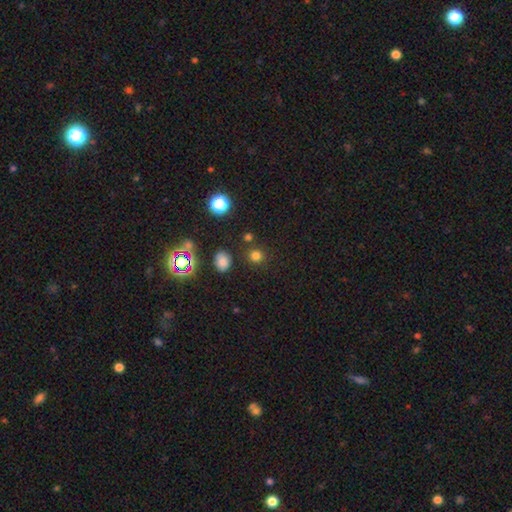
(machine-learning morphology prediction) Smooth or featured: smooth — 74% (star or artifact — 20%)
How rounded: round — 89% (in between — 10%)
Merging: none — 85% (minor disturbance — 7%)